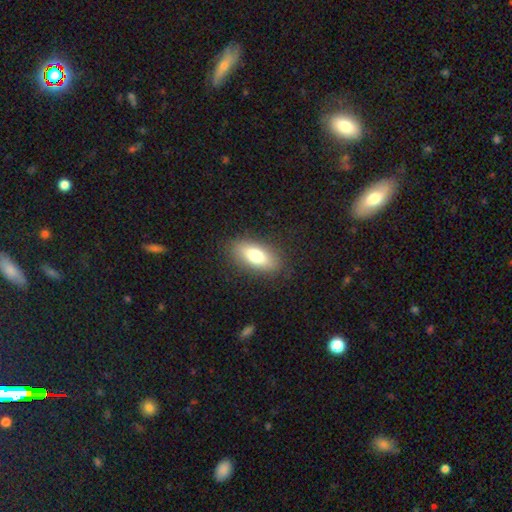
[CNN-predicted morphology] type=smooth (73%); roundness=in between (81%); merging=none (86%).